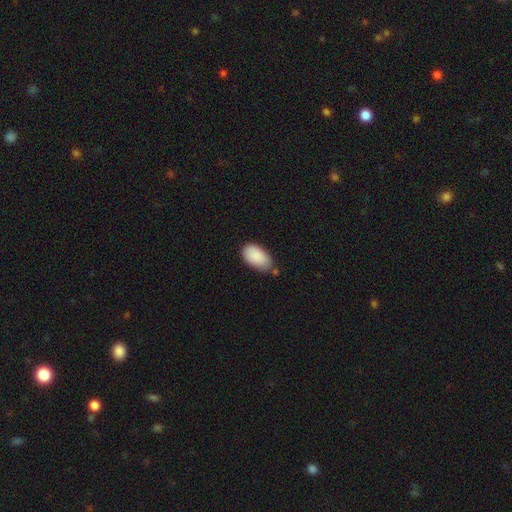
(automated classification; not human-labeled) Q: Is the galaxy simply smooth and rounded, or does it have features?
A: smooth — 89%.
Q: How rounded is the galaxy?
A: in between — 95%.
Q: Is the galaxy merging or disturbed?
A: none — 60%.